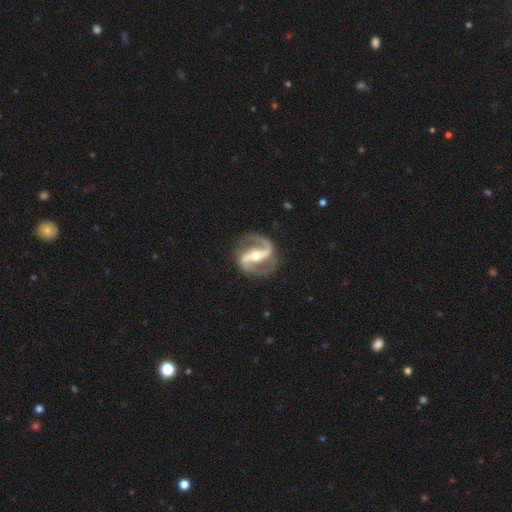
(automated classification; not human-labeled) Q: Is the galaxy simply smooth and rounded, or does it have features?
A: featured or disk — 92%.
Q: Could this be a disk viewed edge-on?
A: no — 96%.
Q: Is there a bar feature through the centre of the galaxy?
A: strong — 66%.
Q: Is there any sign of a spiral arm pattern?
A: yes — 97%.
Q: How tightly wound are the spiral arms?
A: medium — 55%.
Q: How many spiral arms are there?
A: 2 — 93%.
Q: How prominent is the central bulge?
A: moderate — 62%.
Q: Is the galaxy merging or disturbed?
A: none — 84%.